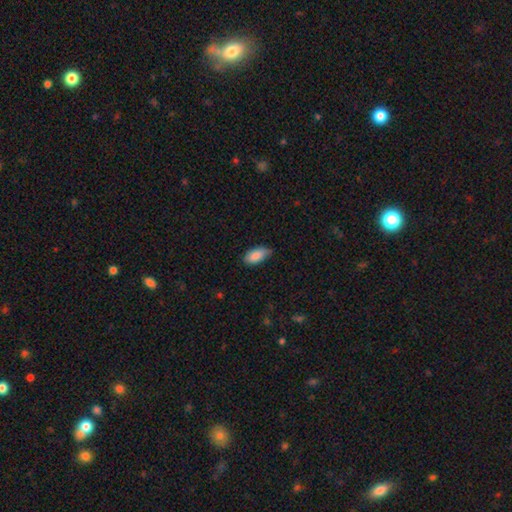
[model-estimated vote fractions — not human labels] smooth 88%, star or artifact 6%, featured or disk 6%. Down the decision tree: how rounded — in between (92%); merging — none (69%).